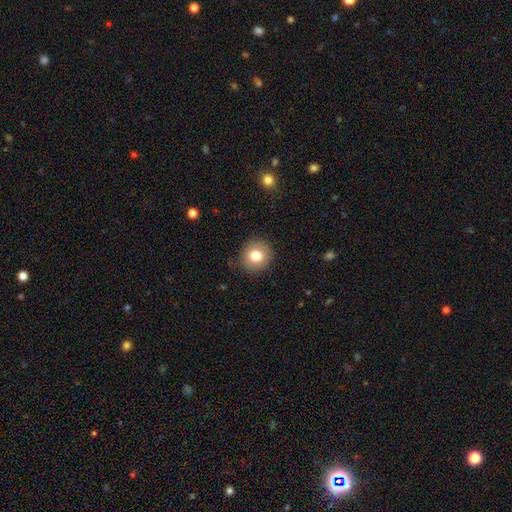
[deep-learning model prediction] smooth 80%, featured or disk 10%, star or artifact 10%. Down the decision tree: how rounded — round (87%); merging — none (86%).